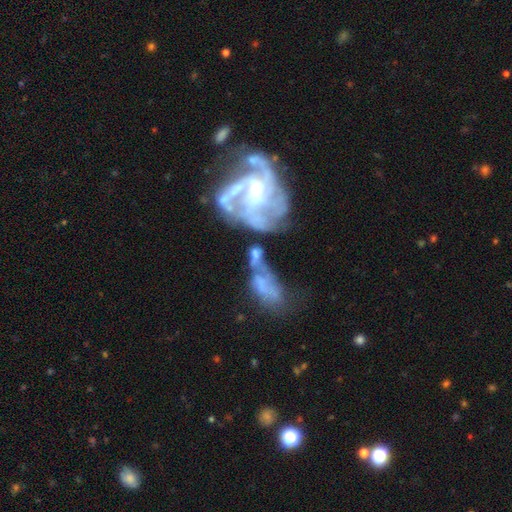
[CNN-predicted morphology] A featured or disk galaxy (54%).

Vote fractions:
- Smooth or featured? featured or disk: 54% / smooth: 32% / star or artifact: 14%
- Edge-on disk? no: 91% / yes: 9%
- Merging? merger: 44% / major disturbance: 24% / none: 19% / minor disturbance: 13%